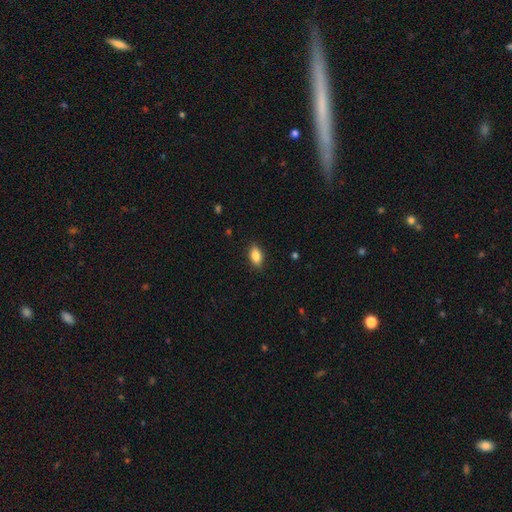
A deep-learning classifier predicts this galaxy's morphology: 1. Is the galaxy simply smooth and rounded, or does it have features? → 83% smooth, 9% featured or disk, 8% star or artifact.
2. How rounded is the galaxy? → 87% in between, 7% cigar-shaped, 6% round.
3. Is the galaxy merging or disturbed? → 87% none, 10% minor disturbance, 2% major disturbance, 1% merger.